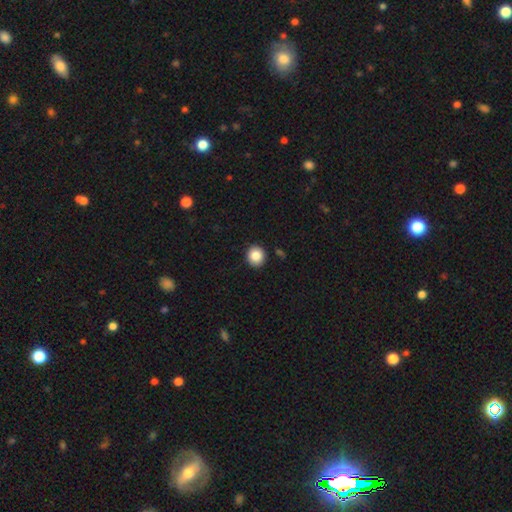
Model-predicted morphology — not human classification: This is clearly a smooth galaxy (85%). How rounded: clearly round (86%). Merging: clearly none (91%).